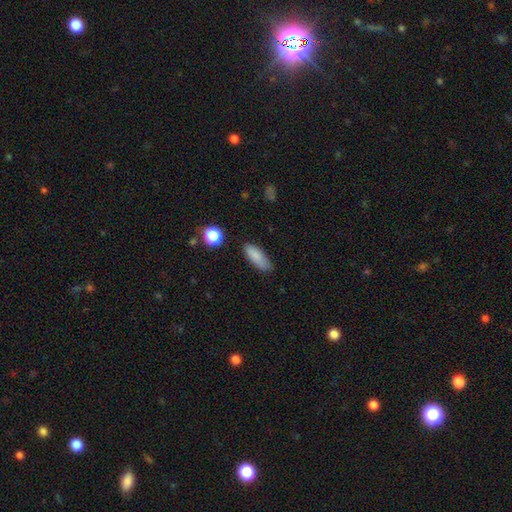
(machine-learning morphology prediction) Smooth or featured: smooth — 84% (star or artifact — 8%)
How rounded: in between — 64% (cigar-shaped — 34%)
Merging: none — 79% (minor disturbance — 16%)